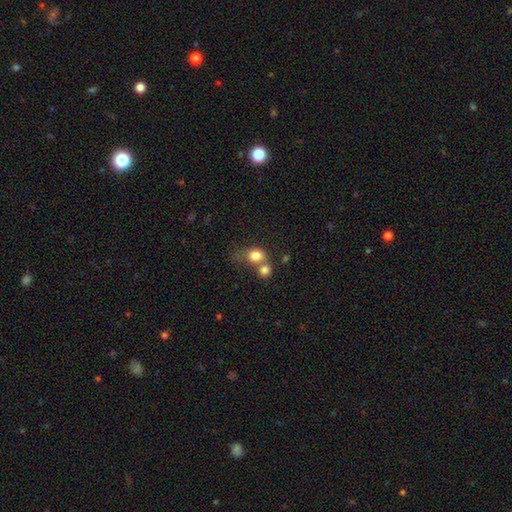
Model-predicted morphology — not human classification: Overall: smooth (80%). How rounded: round (59%; in between 40%). Merging: merger (49%; none 33%).